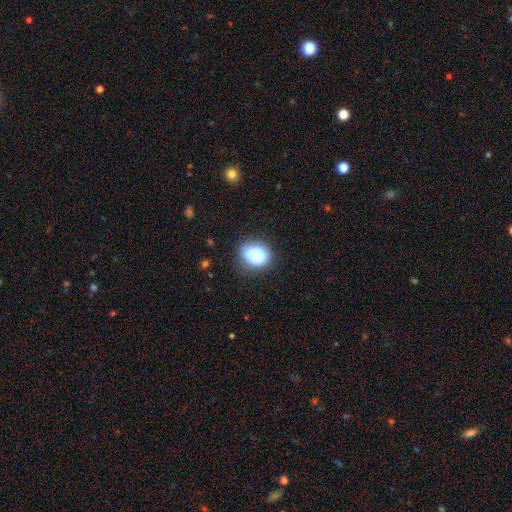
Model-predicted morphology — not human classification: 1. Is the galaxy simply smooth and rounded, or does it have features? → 73% smooth, 17% featured or disk, 9% star or artifact.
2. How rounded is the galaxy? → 61% round, 38% in between, 1% cigar-shaped.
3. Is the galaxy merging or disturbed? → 74% none, 18% minor disturbance, 5% major disturbance, 4% merger.